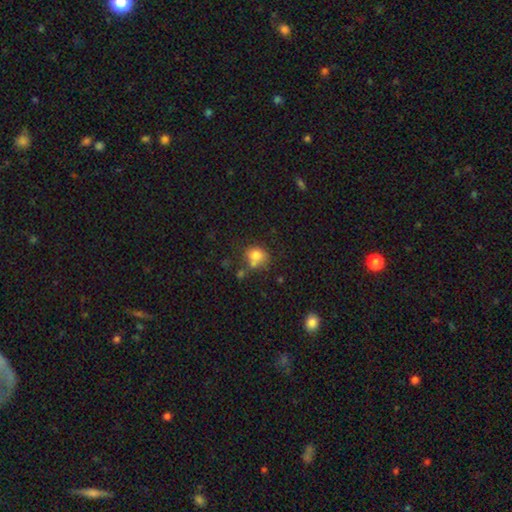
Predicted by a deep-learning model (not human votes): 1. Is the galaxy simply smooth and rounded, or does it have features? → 78% smooth, 11% star or artifact, 11% featured or disk.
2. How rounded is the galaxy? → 69% round, 30% in between, 1% cigar-shaped.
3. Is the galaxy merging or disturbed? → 51% none, 25% merger, 17% minor disturbance, 6% major disturbance.